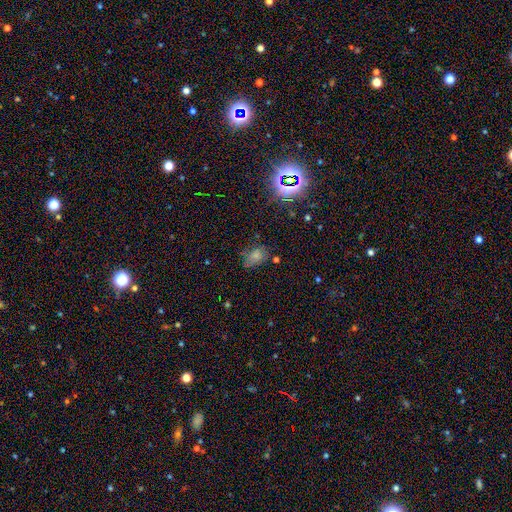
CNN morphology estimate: Overall: smooth (65%). How rounded: in between (77%). Merging: none (55%; minor disturbance 29%).